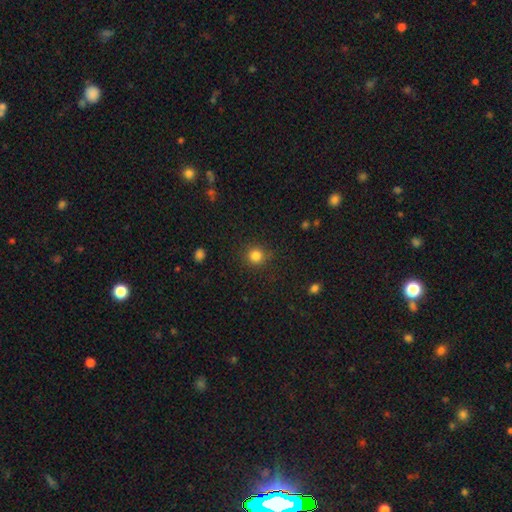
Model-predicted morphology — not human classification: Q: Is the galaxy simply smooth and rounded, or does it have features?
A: smooth — 84%.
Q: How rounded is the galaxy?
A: round — 92%.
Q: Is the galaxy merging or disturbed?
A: none — 87%.